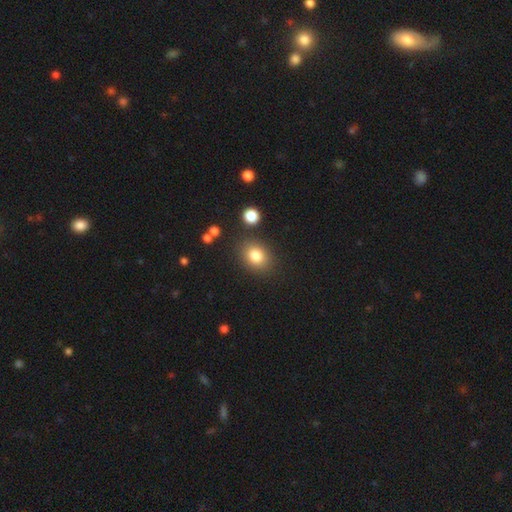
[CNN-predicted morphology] smooth-or-featured: smooth: 81% | star or artifact: 11% | featured or disk: 8%
  how-rounded: in between: 50% | round: 49% | cigar-shaped: 1%
  merging: none: 83% | minor disturbance: 10% | merger: 4% | major disturbance: 3%